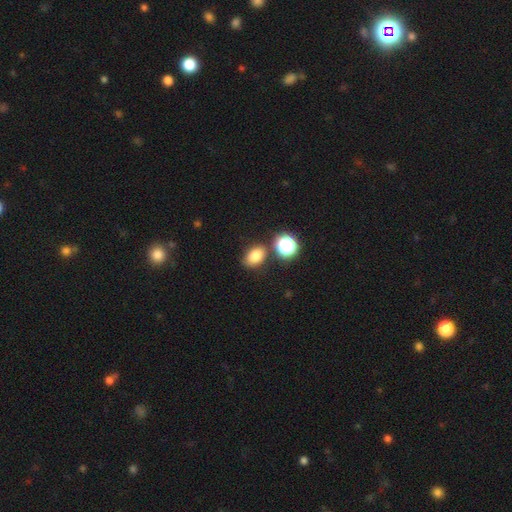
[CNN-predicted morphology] A smooth galaxy with no disk features (79%) that is in between round and cigar-shaped (74%).

Vote fractions:
- Smooth or featured? smooth: 79% / star or artifact: 14% / featured or disk: 7%
- How rounded? in between: 74% / round: 25% / cigar-shaped: 1%
- Merging? none: 75% / minor disturbance: 12% / merger: 9% / major disturbance: 4%